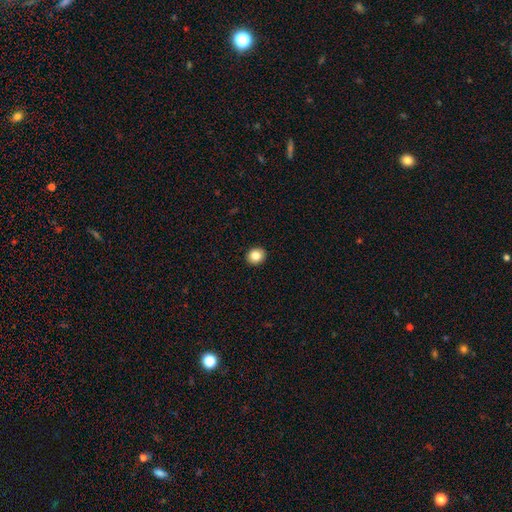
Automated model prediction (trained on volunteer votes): smooth 83%, star or artifact 10%, featured or disk 7%. Down the decision tree: how rounded — round (71%); merging — none (92%).